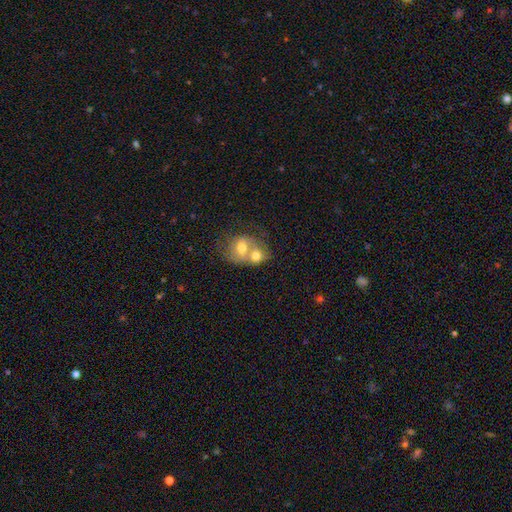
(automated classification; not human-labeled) smooth-or-featured: smooth: 62% | featured or disk: 30% | star or artifact: 8%
  how-rounded: round: 55% | in between: 44% | cigar-shaped: 1%
  merging: merger: 75% | none: 16% | minor disturbance: 6% | major disturbance: 3%